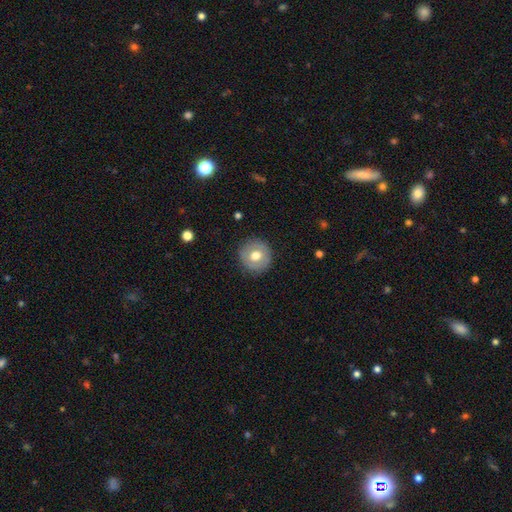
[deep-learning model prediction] This appears to be a smooth galaxy with no disk features (65%) that is round (93%). Merging: none (88%).